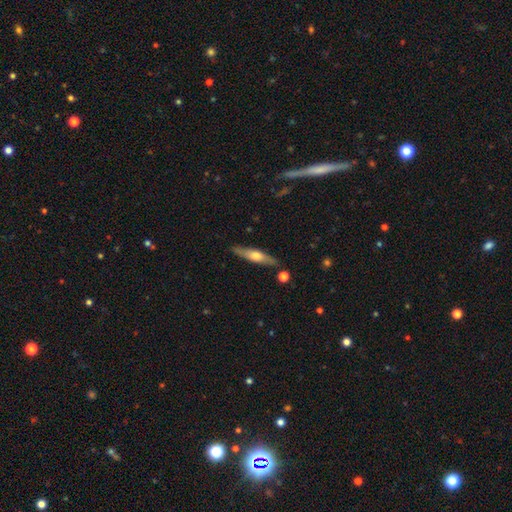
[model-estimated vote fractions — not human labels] Q: Smooth or featured?
A: featured or disk (52%); runner-up: smooth (42%)
Q: Edge-on disk?
A: yes (89%); runner-up: no (11%)
Q: Merging?
A: none (84%); runner-up: minor disturbance (11%)